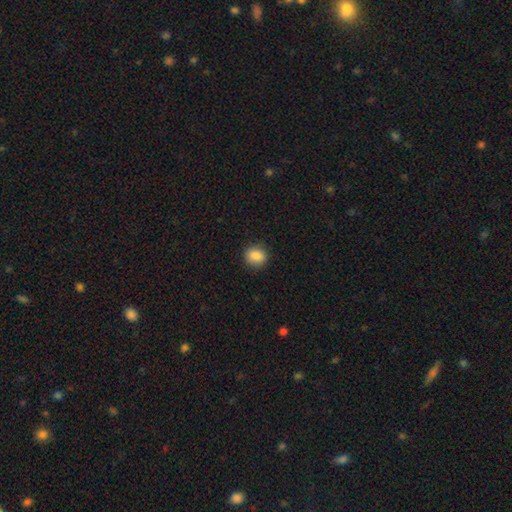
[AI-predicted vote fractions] Morphology: type=smooth (87%); roundness=round (70%); merging=none (88%).